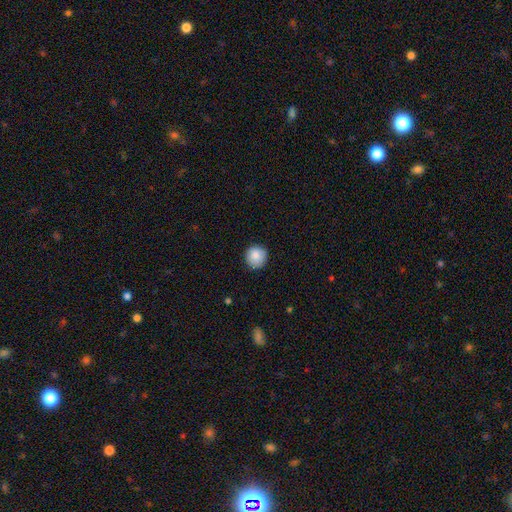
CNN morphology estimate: Smooth or featured? Predicted: smooth (p=0.87). How rounded? Predicted: round (p=0.94). Merging? Predicted: none (p=0.89).